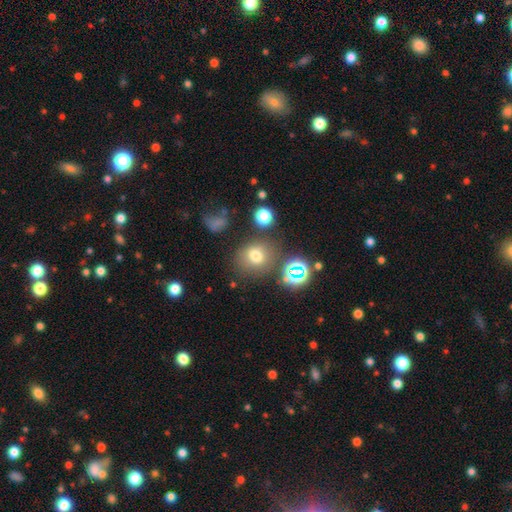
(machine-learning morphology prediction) Smooth or featured?
  - smooth: 69% *
  - star or artifact: 20%
  - featured or disk: 11%
How rounded?
  - round: 75% *
  - in between: 24%
  - cigar-shaped: 1%
Merging?
  - none: 71% *
  - minor disturbance: 14%
  - merger: 10%
  - major disturbance: 6%